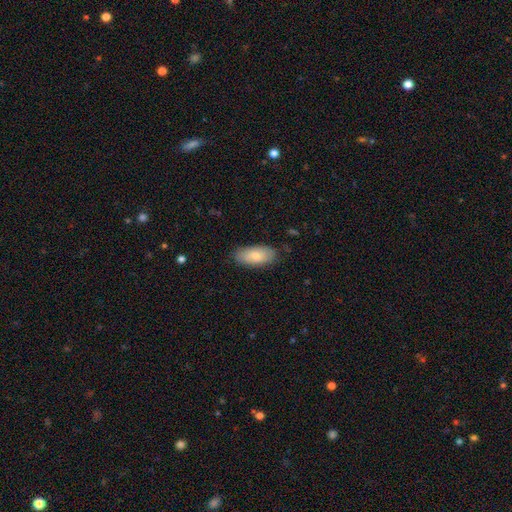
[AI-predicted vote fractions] The model was most divided on "smooth or featured": smooth: 80%, featured or disk: 14%, star or artifact: 6%. More confident: how rounded — in between (90%); merging — none (82%).